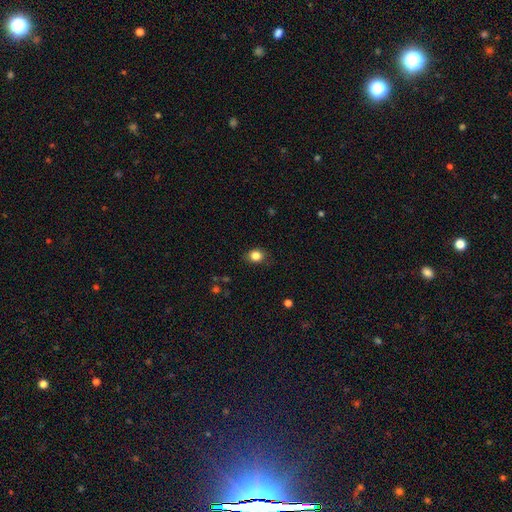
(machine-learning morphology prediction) This is clearly a smooth galaxy (85%). How rounded: likely round (63%). Merging: clearly none (84%).